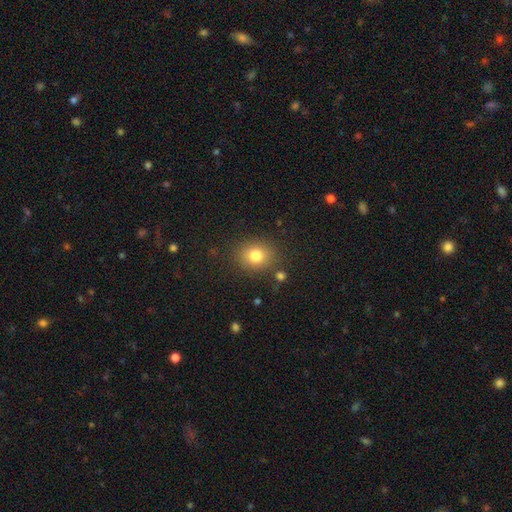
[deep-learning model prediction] smooth_or_featured: smooth (p=0.79) [alt: star or artifact p=0.12]
how_rounded: round (p=0.66) [alt: in between p=0.33]
merging: none (p=0.83) [alt: minor disturbance p=0.10]